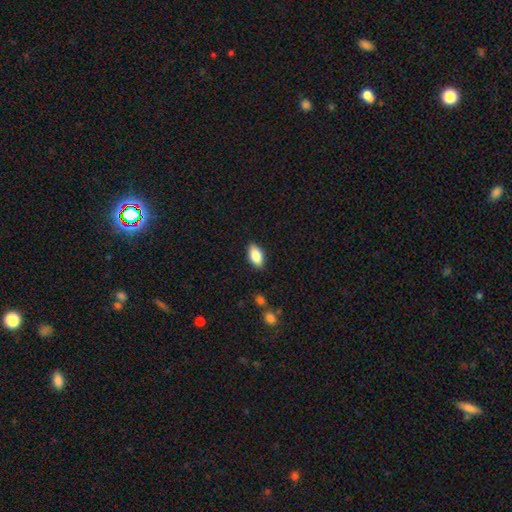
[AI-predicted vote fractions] Smooth or featured? smooth (83%)
How rounded? in between (91%)
Merging? none (88%)